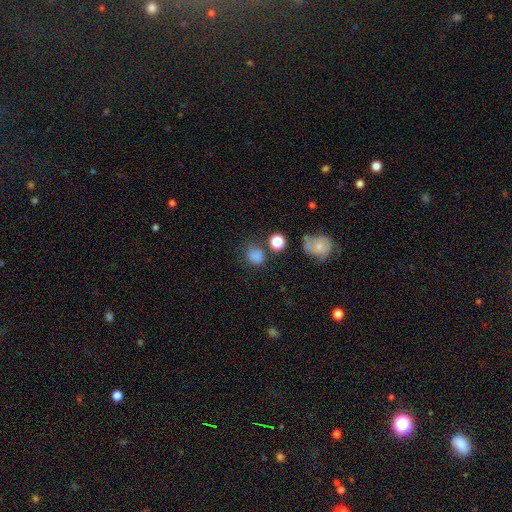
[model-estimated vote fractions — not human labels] This is likely a smooth galaxy (77%). How rounded: likely round (67%). Merging: likely none (60%).